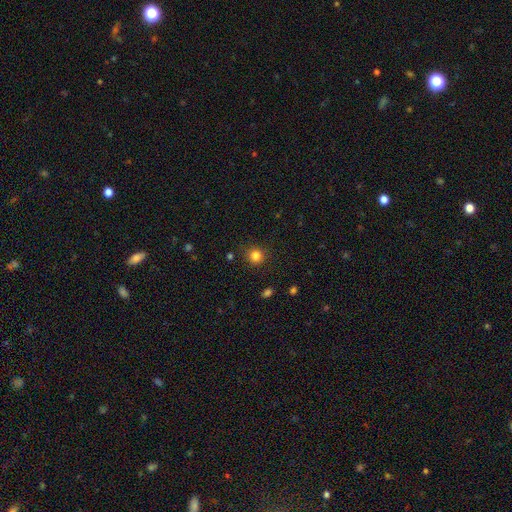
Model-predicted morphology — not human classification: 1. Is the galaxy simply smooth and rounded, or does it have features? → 82% smooth, 13% star or artifact, 5% featured or disk.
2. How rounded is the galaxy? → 91% round, 8% in between, 1% cigar-shaped.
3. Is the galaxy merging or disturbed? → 87% none, 8% minor disturbance, 3% major disturbance, 1% merger.